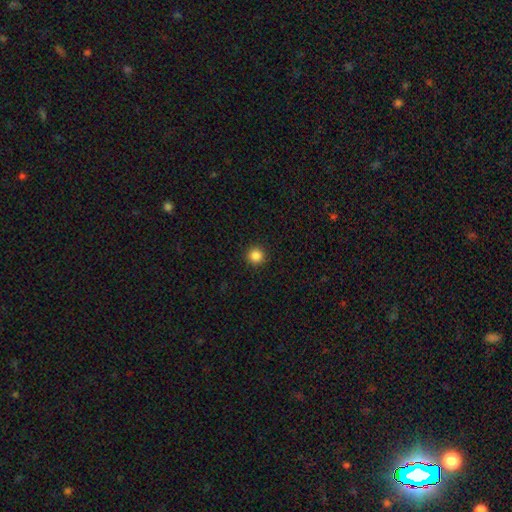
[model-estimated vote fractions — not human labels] Morphology: type=smooth (86%); roundness=round (96%); merging=none (93%).